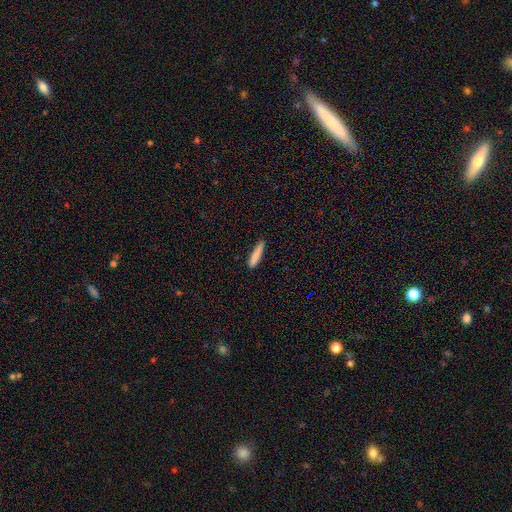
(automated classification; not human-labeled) smooth-or-featured: smooth: 85% | featured or disk: 8% | star or artifact: 7%
  how-rounded: cigar-shaped: 88% | in between: 11% | round: 1%
  merging: none: 85% | minor disturbance: 12% | major disturbance: 2% | merger: 1%